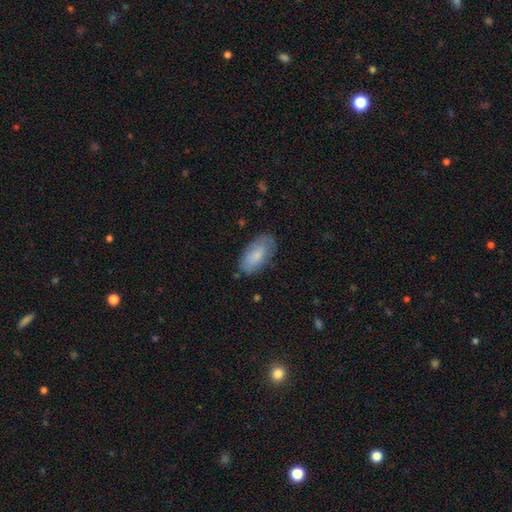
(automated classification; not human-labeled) smooth_or_featured: smooth (p=0.79) [alt: featured or disk p=0.15]
how_rounded: in between (p=0.93) [alt: cigar-shaped p=0.05]
merging: none (p=0.75) [alt: minor disturbance p=0.19]